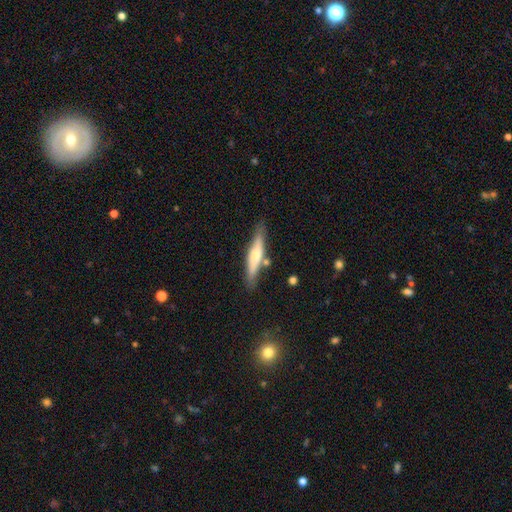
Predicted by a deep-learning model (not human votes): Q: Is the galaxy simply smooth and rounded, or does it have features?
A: smooth — 49%.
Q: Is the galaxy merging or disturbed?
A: none — 75%.